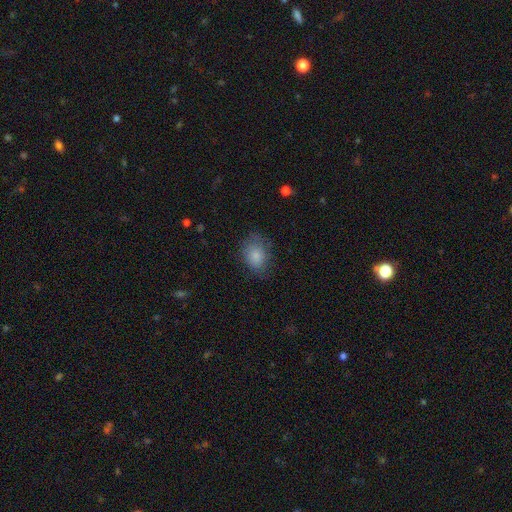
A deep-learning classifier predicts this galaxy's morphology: Smooth or featured?
  - smooth: 83% *
  - featured or disk: 9%
  - star or artifact: 8%
How rounded?
  - in between: 67% *
  - round: 32%
  - cigar-shaped: 1%
Merging?
  - none: 67% *
  - minor disturbance: 23%
  - major disturbance: 8%
  - merger: 1%